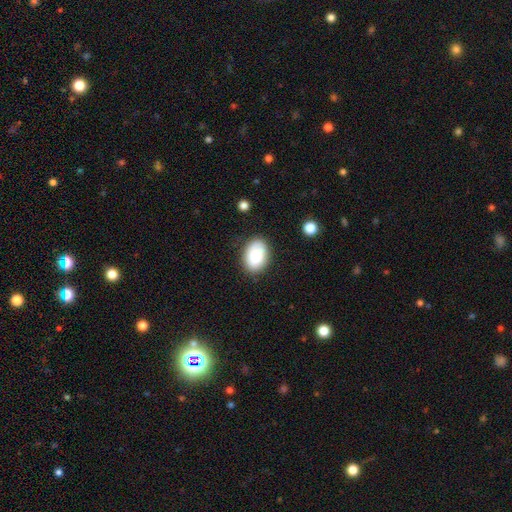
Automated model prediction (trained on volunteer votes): Q: Smooth or featured?
A: smooth (86%); runner-up: featured or disk (7%)
Q: How rounded?
A: in between (88%); runner-up: round (11%)
Q: Merging?
A: none (82%); runner-up: minor disturbance (13%)